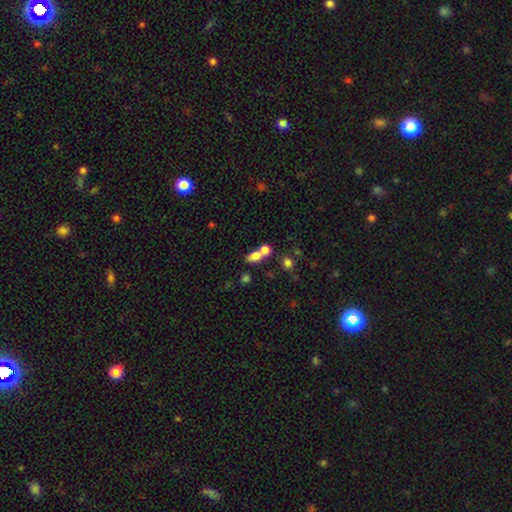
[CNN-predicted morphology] This appears to be a smooth galaxy with no disk features (74%) that is in between round and cigar-shaped (70%). Merging: merger (60%).